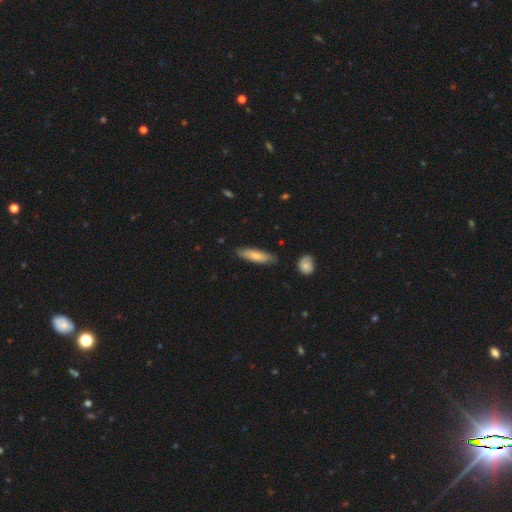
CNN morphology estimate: Overall: smooth (77%). How rounded: cigar-shaped (68%; in between 30%). Merging: none (83%).